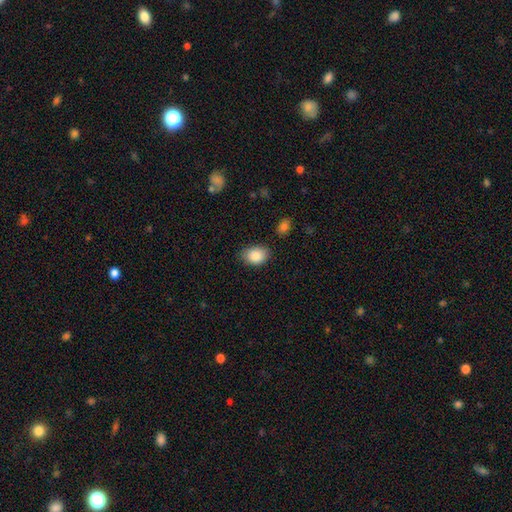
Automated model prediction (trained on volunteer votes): Smooth or featured?
  - smooth: 87% *
  - star or artifact: 7%
  - featured or disk: 5%
How rounded?
  - in between: 77% *
  - round: 22%
  - cigar-shaped: 1%
Merging?
  - none: 78% *
  - minor disturbance: 16%
  - major disturbance: 3%
  - merger: 3%